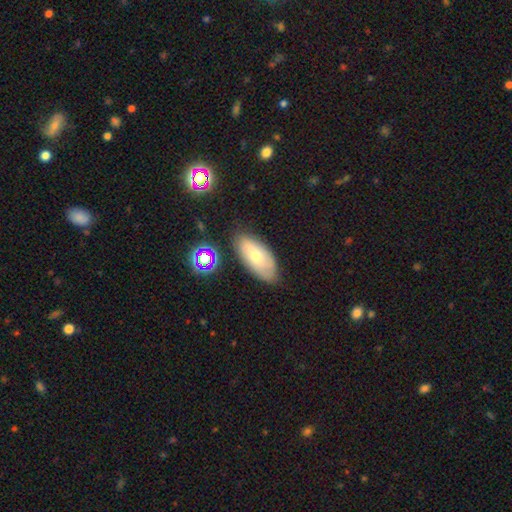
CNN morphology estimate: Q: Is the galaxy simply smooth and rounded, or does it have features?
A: smooth — 57%.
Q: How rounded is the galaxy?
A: in between — 90%.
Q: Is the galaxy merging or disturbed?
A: none — 76%.